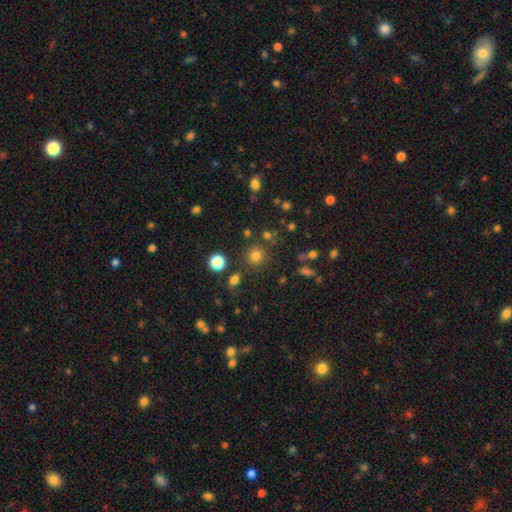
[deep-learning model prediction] A smooth galaxy with no disk features (74%) that is round (93%). Merging: none (83%).